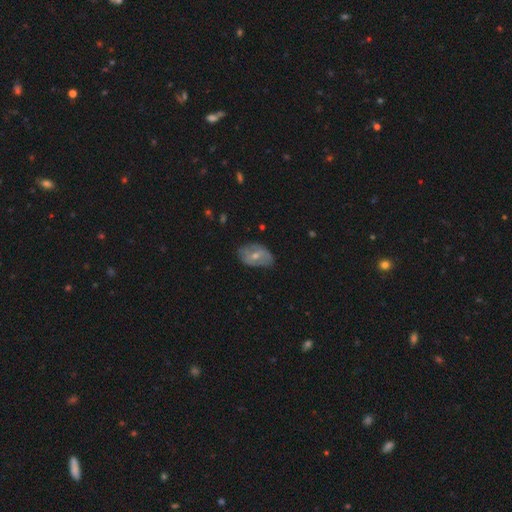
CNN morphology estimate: type=featured or disk (47%); merging=none (64%).